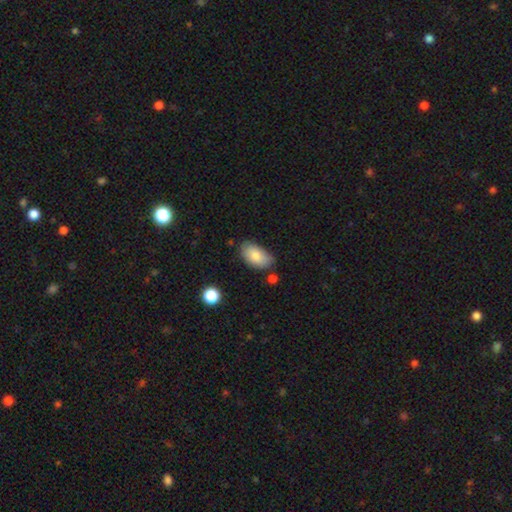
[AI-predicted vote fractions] Overall: smooth (82%). How rounded: in between (94%). Merging: none (71%).